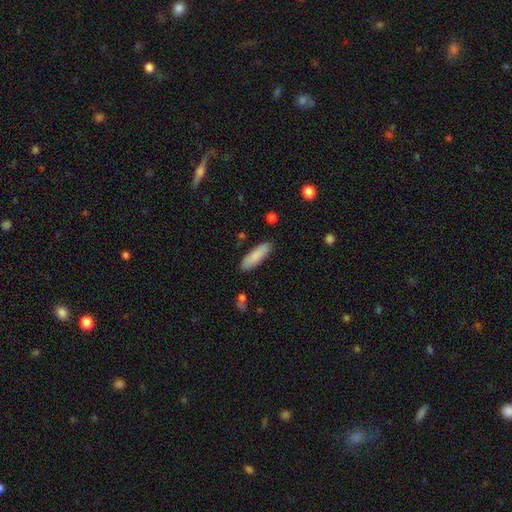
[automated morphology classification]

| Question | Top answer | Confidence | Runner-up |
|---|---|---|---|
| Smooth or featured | smooth | 86% | featured or disk (8%) |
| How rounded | cigar-shaped | 50% | in between (49%) |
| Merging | none | 87% | minor disturbance (10%) |